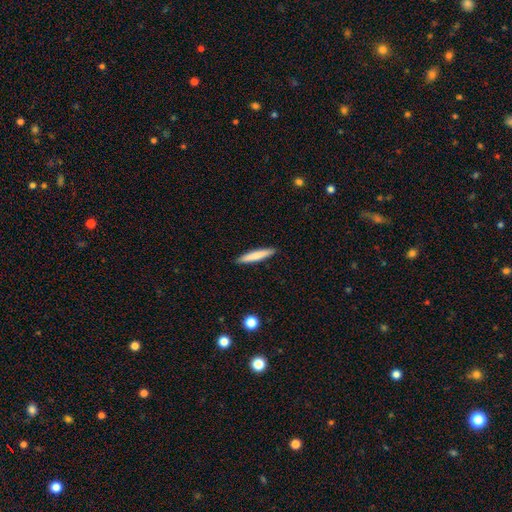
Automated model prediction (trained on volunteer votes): smooth_or_featured: smooth (p=0.77) [alt: featured or disk p=0.17]
how_rounded: cigar-shaped (p=0.93) [alt: in between p=0.06]
merging: none (p=0.91) [alt: minor disturbance p=0.06]